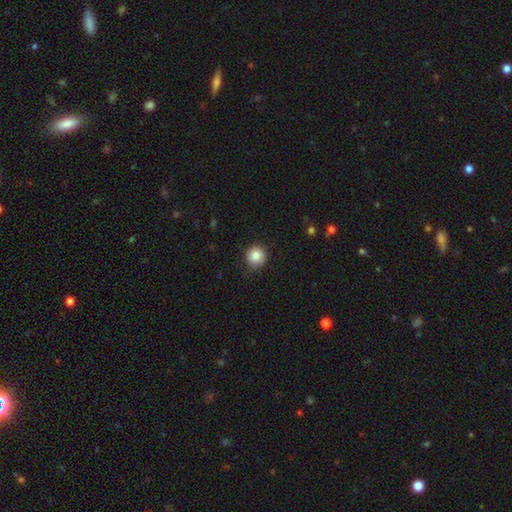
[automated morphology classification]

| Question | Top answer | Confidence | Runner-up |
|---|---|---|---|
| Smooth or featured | smooth | 86% | star or artifact (9%) |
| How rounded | round | 91% | in between (8%) |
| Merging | none | 84% | minor disturbance (12%) |